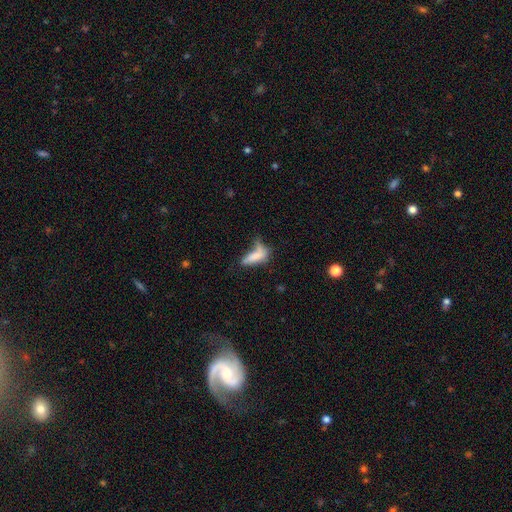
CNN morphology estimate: This is likely a smooth galaxy (69%). How rounded: possibly in between (59%). Merging: marginally none (28%, tied with major disturbance).